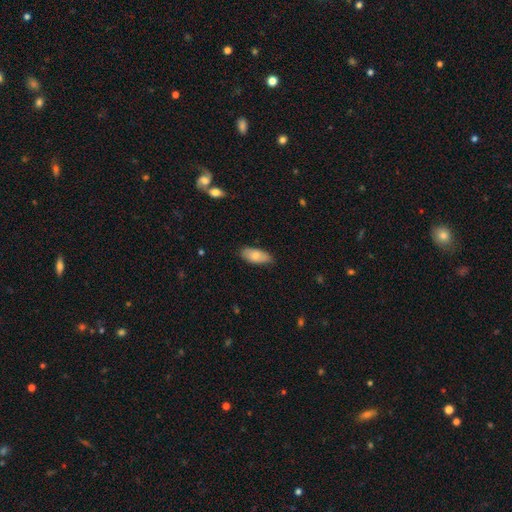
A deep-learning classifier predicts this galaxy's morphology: smooth-or-featured: smooth: 77% | featured or disk: 17% | star or artifact: 6%
  how-rounded: in between: 88% | cigar-shaped: 10% | round: 2%
  merging: none: 82% | minor disturbance: 15% | major disturbance: 2% | merger: 1%